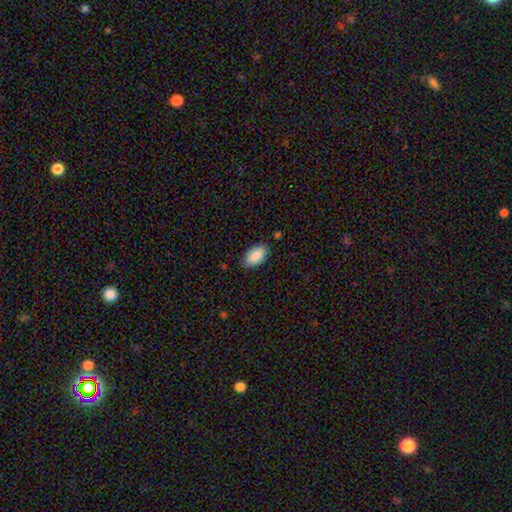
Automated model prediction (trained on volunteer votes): smooth_or_featured: smooth (p=0.89) [alt: star or artifact p=0.06]
how_rounded: in between (p=0.95) [alt: round p=0.03]
merging: none (p=0.83) [alt: minor disturbance p=0.13]